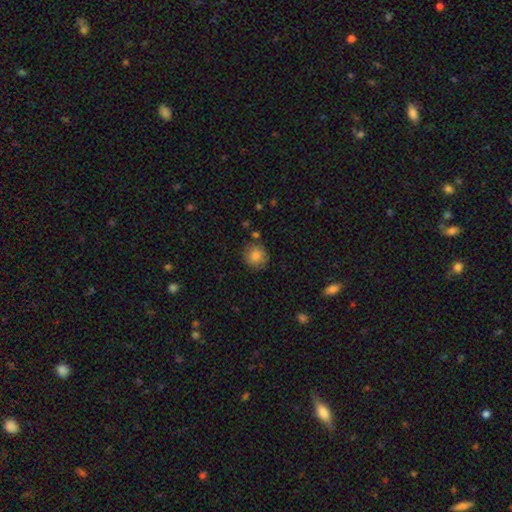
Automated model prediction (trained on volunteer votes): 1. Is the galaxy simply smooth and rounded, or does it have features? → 82% smooth, 9% featured or disk, 9% star or artifact.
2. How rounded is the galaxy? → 91% round, 8% in between, 1% cigar-shaped.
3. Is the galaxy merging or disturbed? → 80% none, 14% minor disturbance, 3% major disturbance, 3% merger.